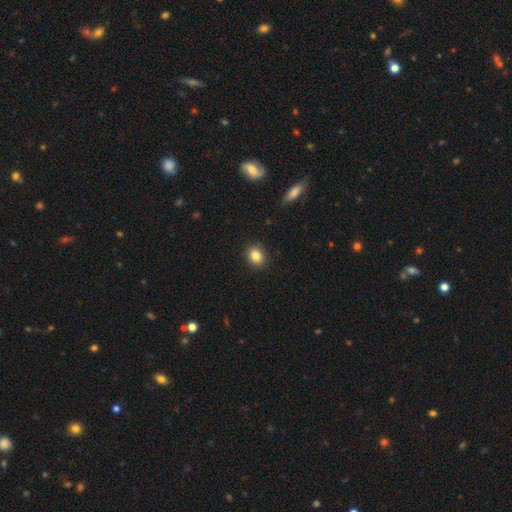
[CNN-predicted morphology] Q: Smooth or featured?
A: smooth (85%); runner-up: star or artifact (10%)
Q: How rounded?
A: round (62%); runner-up: in between (37%)
Q: Merging?
A: none (90%); runner-up: minor disturbance (7%)